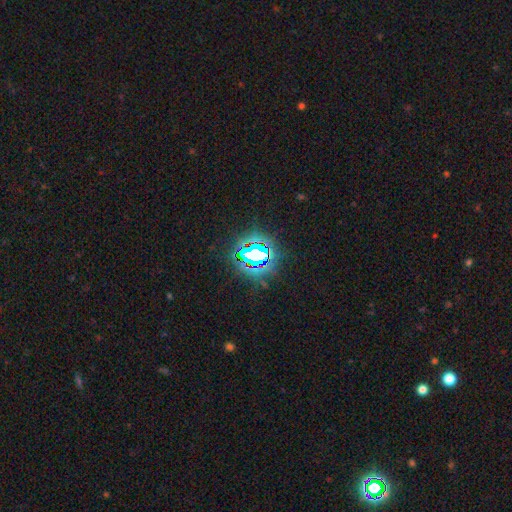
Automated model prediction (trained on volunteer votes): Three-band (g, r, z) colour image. It shows a star or artifact, not a galaxy (76%).